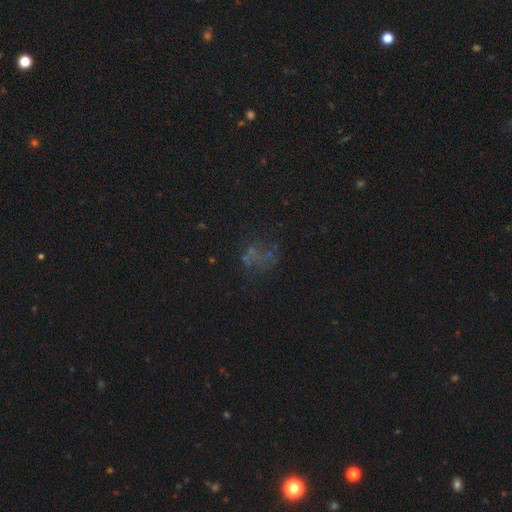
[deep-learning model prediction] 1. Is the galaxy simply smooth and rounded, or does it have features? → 37% featured or disk, 34% star or artifact, 29% smooth.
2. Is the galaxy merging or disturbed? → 52% none, 25% major disturbance, 16% minor disturbance, 8% merger.